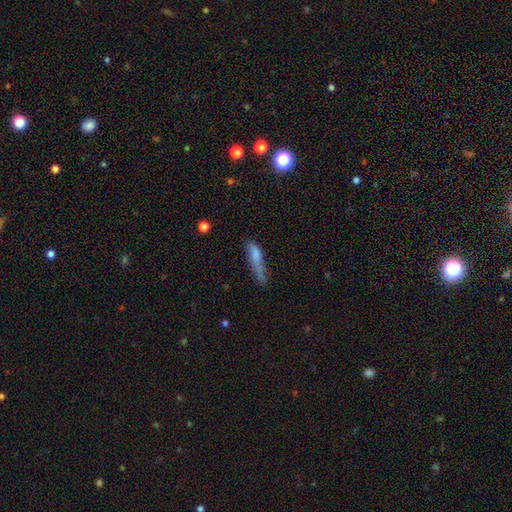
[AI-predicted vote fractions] This appears to be a smooth galaxy with no disk features (70%) that is cigar-shaped (75%). Merging: none (38%).